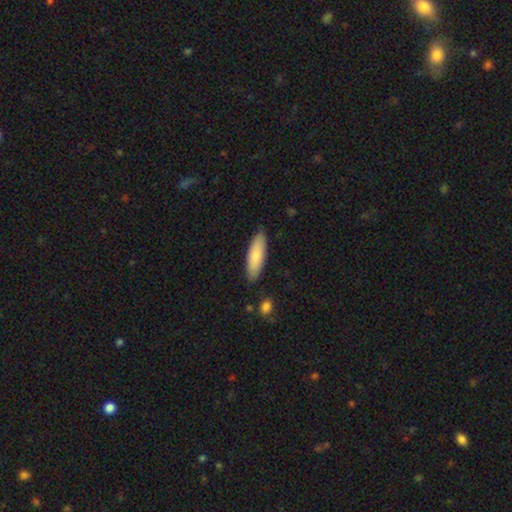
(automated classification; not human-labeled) This appears to be a smooth galaxy with no disk features (82%) that is cigar-shaped (50%). Merging: none (85%).